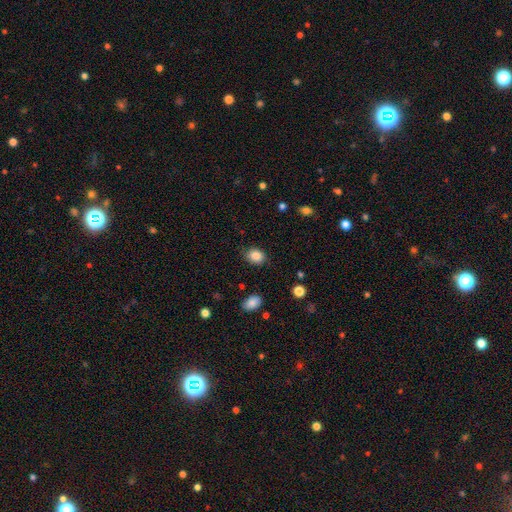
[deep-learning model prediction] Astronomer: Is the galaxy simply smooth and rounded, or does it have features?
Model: smooth — 86%.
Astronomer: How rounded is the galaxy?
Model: in between — 62% (runner-up: round, 37%).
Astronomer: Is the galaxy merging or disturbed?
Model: none — 84%.